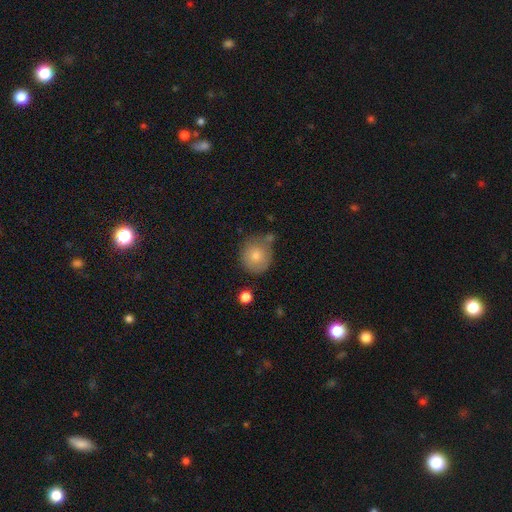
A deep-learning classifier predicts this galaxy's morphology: smooth-or-featured: smooth: 75% | featured or disk: 14% | star or artifact: 10%
  how-rounded: round: 89% | in between: 10% | cigar-shaped: 1%
  merging: none: 67% | minor disturbance: 19% | merger: 9% | major disturbance: 5%